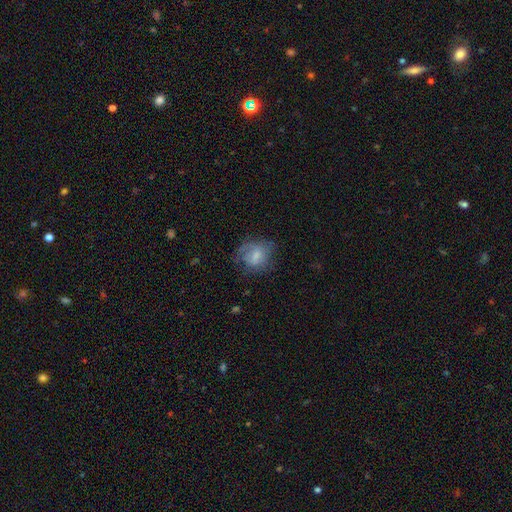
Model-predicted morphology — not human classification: smooth-or-featured: smooth: 54% | featured or disk: 37% | star or artifact: 9%
  how-rounded: round: 53% | in between: 46% | cigar-shaped: 1%
  merging: none: 46% | minor disturbance: 27% | major disturbance: 25% | merger: 2%